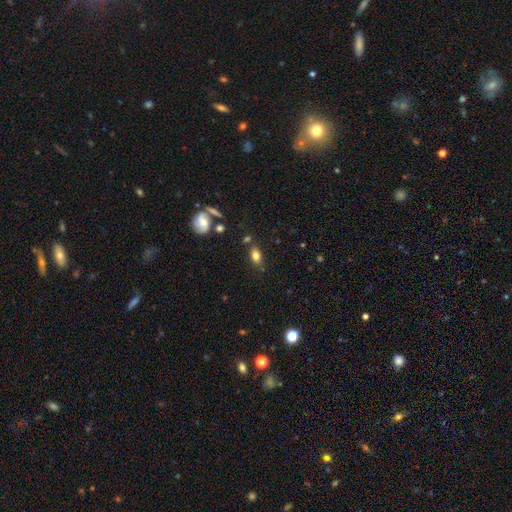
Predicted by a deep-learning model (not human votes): The model was most divided on "merging": none: 73%, minor disturbance: 15%, merger: 8%, major disturbance: 4%. More confident: how rounded — in between (84%); smooth or featured — smooth (75%).